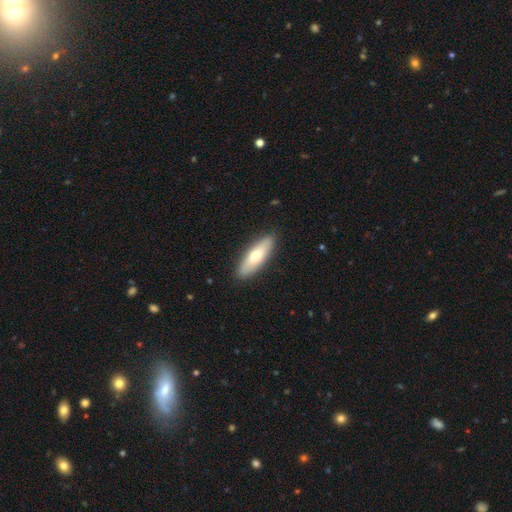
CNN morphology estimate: The model was most divided on "how rounded": cigar-shaped: 52%, in between: 46%, round: 2%. More confident: merging — none (89%); smooth or featured — smooth (68%).